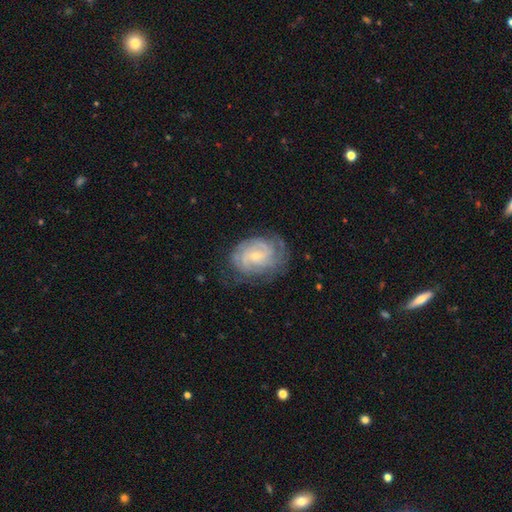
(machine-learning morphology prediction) smooth-or-featured: featured or disk: 81% | smooth: 12% | star or artifact: 6%
  disk-edge-on: no: 97% | yes: 3%
    bar: no: 54% | weak: 39% | strong: 7%
    has-spiral-arms: yes: 94% | no: 6%
      spiral-winding: tight: 66% | medium: 28% | loose: 7%
      spiral-arm-count: can't tell: 38% | 2: 23% | 3: 17% | 4: 11% | more than 4: 5% | 1: 5%
    bulge-size: small: 73% | moderate: 23% | none: 3% | large: 1% | dominant: 1%
  merging: none: 70% | minor disturbance: 20% | major disturbance: 9% | merger: 1%